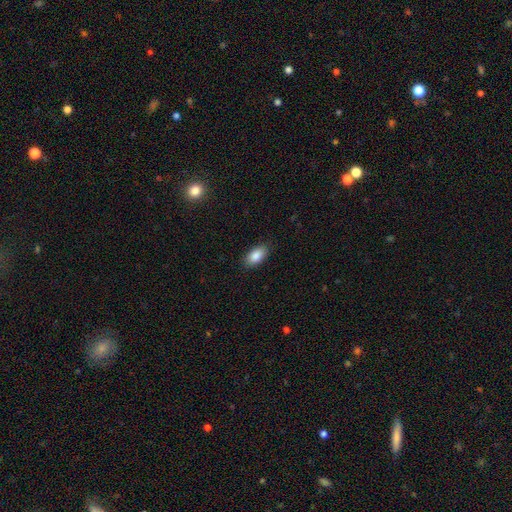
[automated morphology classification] A smooth galaxy with no disk features (87%) that is in between round and cigar-shaped (93%). Merging: none (87%).